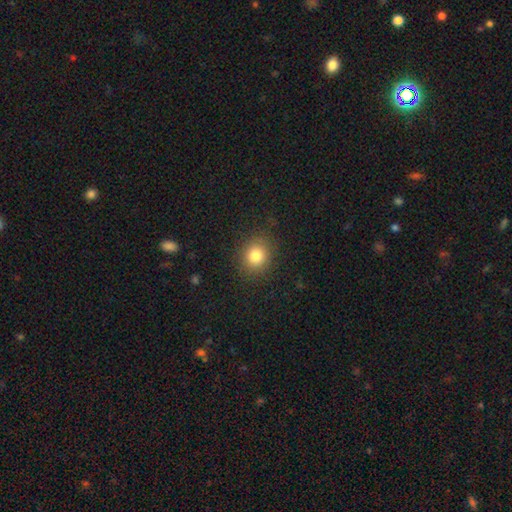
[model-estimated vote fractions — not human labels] A smooth galaxy with no disk features (81%) that is round (76%). Merging: none (87%).